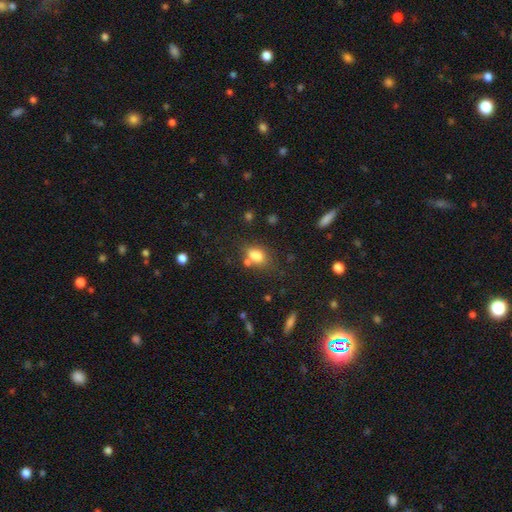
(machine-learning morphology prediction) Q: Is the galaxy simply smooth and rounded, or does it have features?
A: smooth — 79%.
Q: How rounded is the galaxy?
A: in between — 74%.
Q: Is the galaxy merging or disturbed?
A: none — 55%.